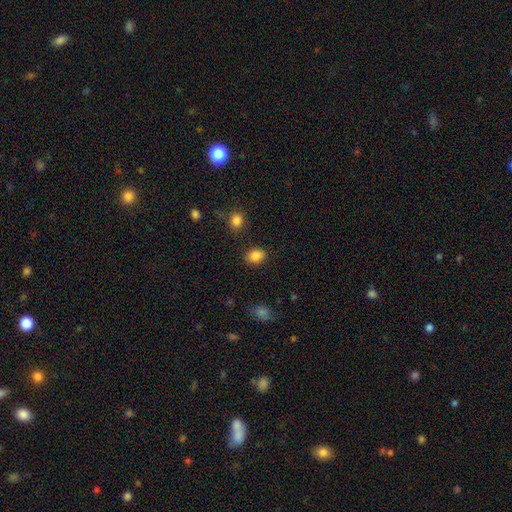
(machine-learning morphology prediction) Smooth or featured? smooth (86%)
How rounded? in between (61%)
Merging? none (83%)